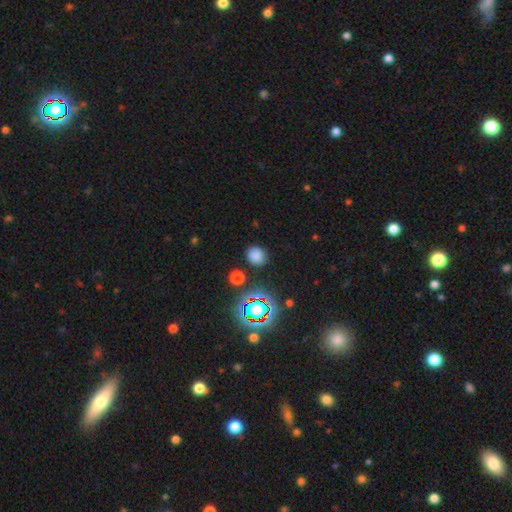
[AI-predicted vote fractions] The model was most divided on "how rounded": round: 77%, in between: 22%, cigar-shaped: 1%. More confident: merging — none (85%); smooth or featured — smooth (75%).